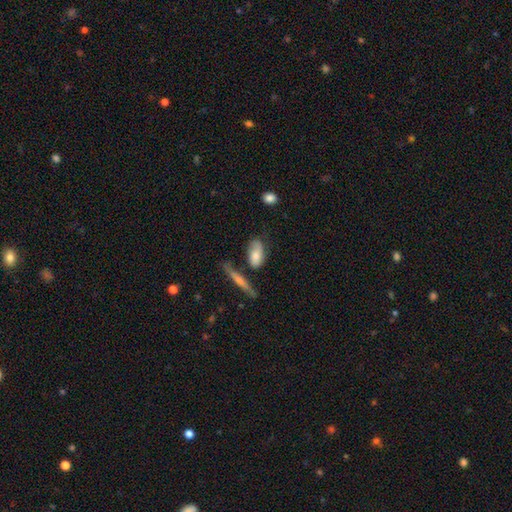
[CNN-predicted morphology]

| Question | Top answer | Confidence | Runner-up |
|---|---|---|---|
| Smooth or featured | smooth | 61% | featured or disk (31%) |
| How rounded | in between | 81% | cigar-shaped (14%) |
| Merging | none | 51% | minor disturbance (26%) |